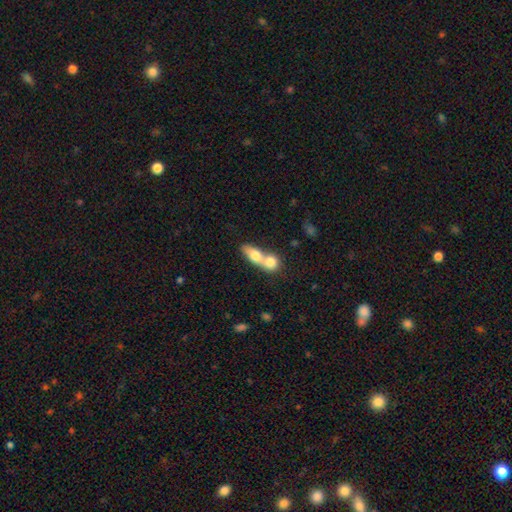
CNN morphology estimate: Smooth or featured?
  - smooth: 72% *
  - featured or disk: 21%
  - star or artifact: 7%
How rounded?
  - in between: 59% *
  - round: 27%
  - cigar-shaped: 14%
Merging?
  - merger: 75% *
  - none: 17%
  - minor disturbance: 5%
  - major disturbance: 3%